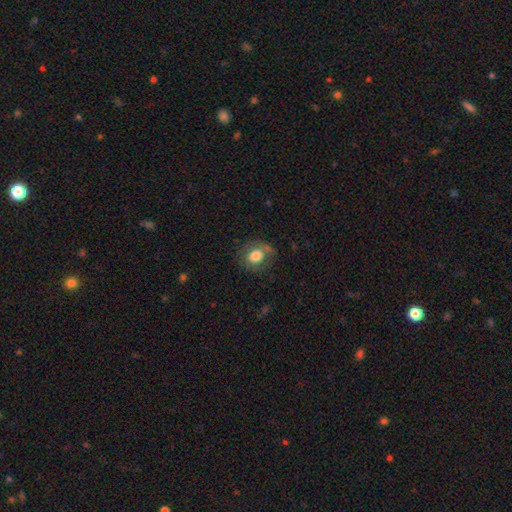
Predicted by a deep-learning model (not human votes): Smooth or featured? Predicted: smooth (p=0.69). How rounded? Predicted: round (p=0.66). Merging? Predicted: none (p=0.64).